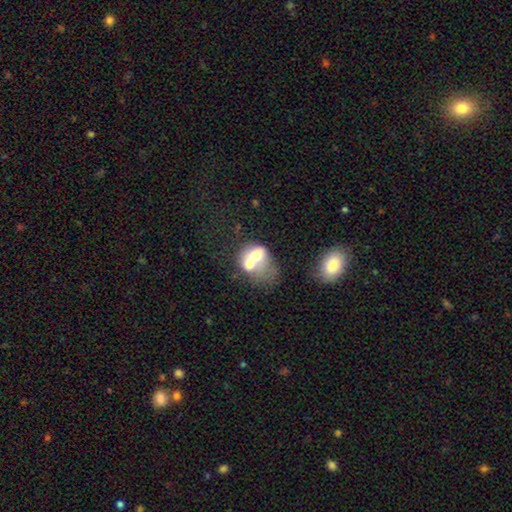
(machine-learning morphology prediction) smooth_or_featured: smooth (p=0.55) [alt: featured or disk p=0.35]
how_rounded: in between (p=0.55) [alt: round p=0.44]
merging: merger (p=0.69) [alt: none p=0.13]